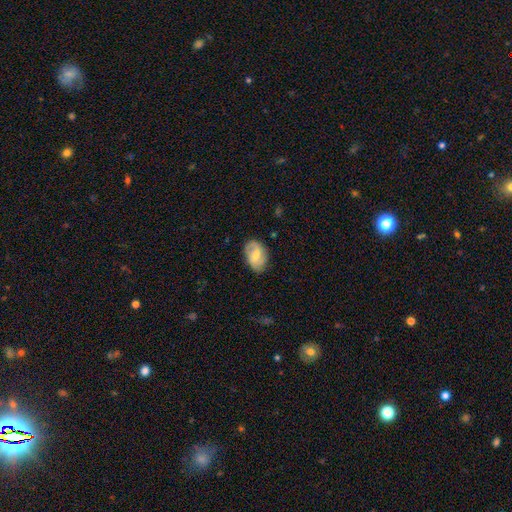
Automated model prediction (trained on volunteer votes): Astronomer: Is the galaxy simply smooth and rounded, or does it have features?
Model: featured or disk — 50% (runner-up: smooth, 43%).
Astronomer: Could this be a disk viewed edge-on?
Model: no — 96%.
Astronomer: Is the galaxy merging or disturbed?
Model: none — 77%.